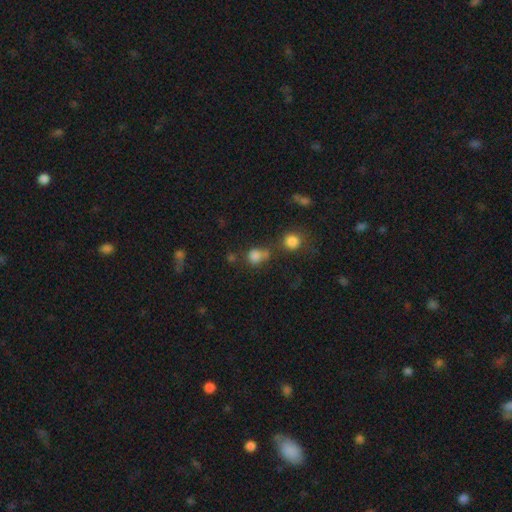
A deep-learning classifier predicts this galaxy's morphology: smooth 77%, star or artifact 15%, featured or disk 7%. Down the decision tree: how rounded — round (73%); merging — none (46%).